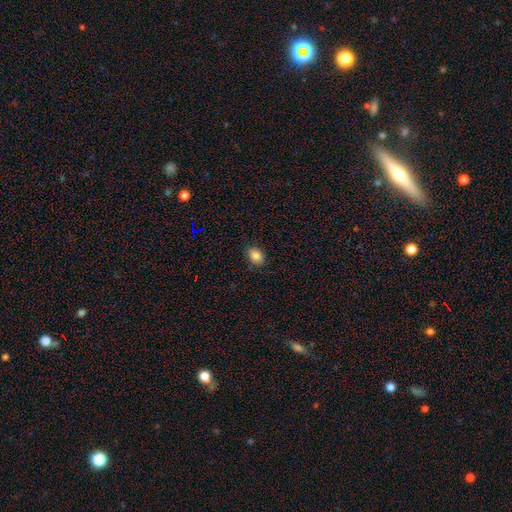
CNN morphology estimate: A smooth galaxy with no disk features (85%) that is in between round and cigar-shaped (74%).

Vote fractions:
- Smooth or featured? smooth: 85% / star or artifact: 9% / featured or disk: 6%
- How rounded? in between: 74% / round: 25% / cigar-shaped: 1%
- Merging? none: 85% / minor disturbance: 11% / major disturbance: 2% / merger: 1%